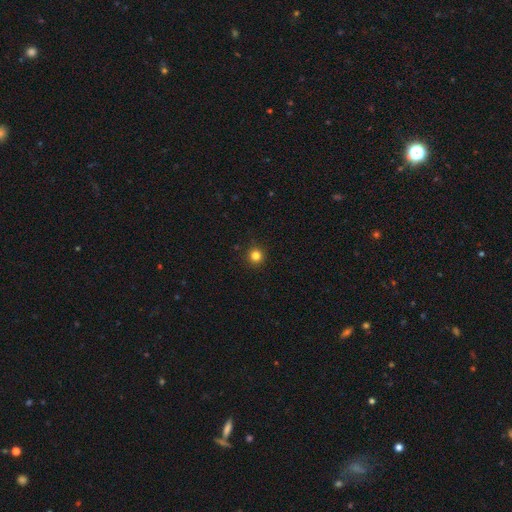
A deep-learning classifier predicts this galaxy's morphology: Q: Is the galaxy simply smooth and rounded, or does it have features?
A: smooth — 83%.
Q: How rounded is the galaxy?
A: round — 95%.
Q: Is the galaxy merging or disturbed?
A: none — 92%.